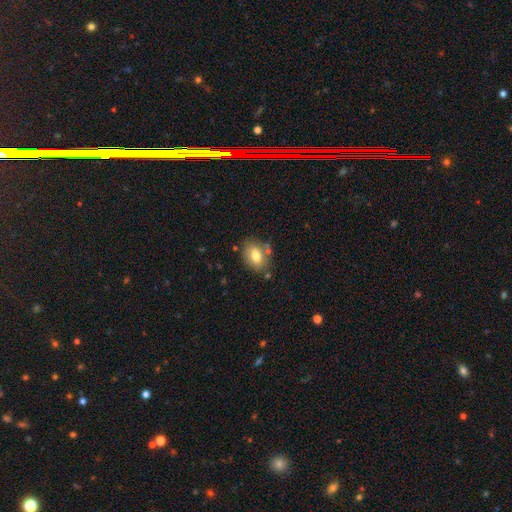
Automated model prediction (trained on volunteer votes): This appears to be a smooth galaxy with no disk features (77%) that is in between round and cigar-shaped (73%). Merging: none (75%).